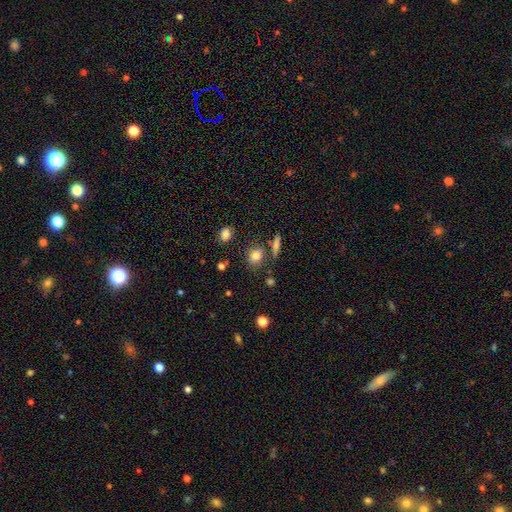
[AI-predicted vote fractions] This appears to be a smooth galaxy with no disk features (80%) that is round (61%). Merging: none (74%).